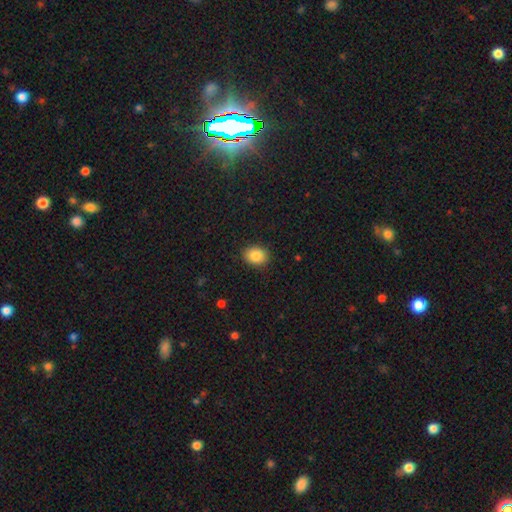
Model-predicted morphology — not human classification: smooth_or_featured: smooth (p=0.86) [alt: star or artifact p=0.09]
how_rounded: in between (p=0.56) [alt: round p=0.43]
merging: none (p=0.89) [alt: minor disturbance p=0.08]